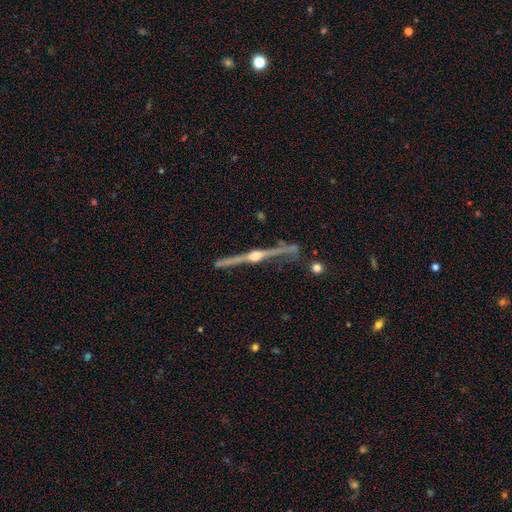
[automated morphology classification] The model was most divided on "merging": none: 80%, minor disturbance: 12%, merger: 4%, major disturbance: 4%. More confident: edge-on disk — yes (98%); edge-on bulge — rounded (95%); smooth or featured — featured or disk (88%).